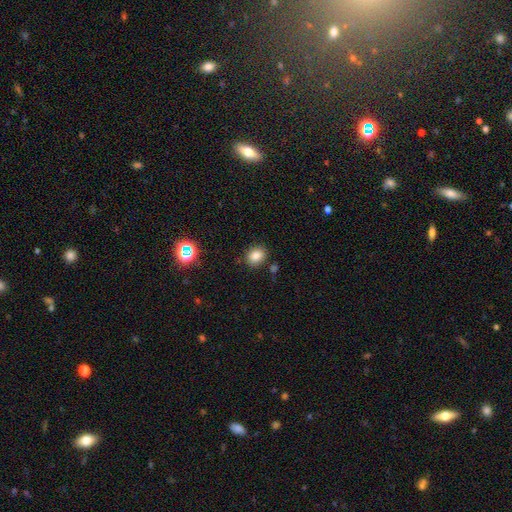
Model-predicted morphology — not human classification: smooth 82%, star or artifact 12%, featured or disk 6%. Down the decision tree: how rounded — round (58%); merging — none (83%).